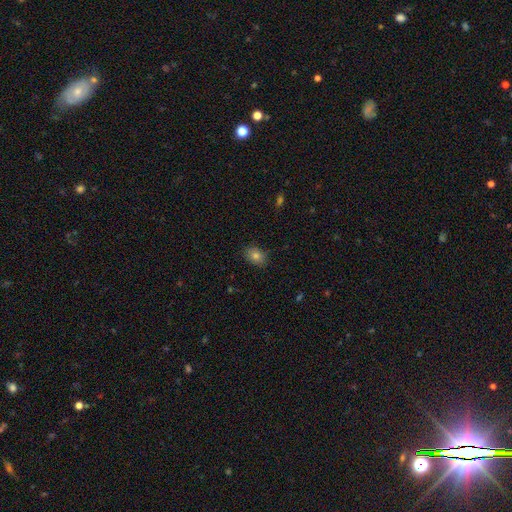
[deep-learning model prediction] Overall: smooth (80%). How rounded: in between (69%; round 30%). Merging: none (84%).